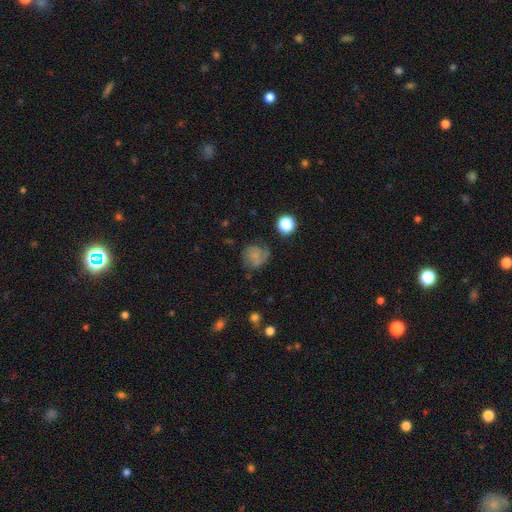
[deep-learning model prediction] A smooth galaxy with no disk features (61%) that is round (81%). Merging: none (57%).